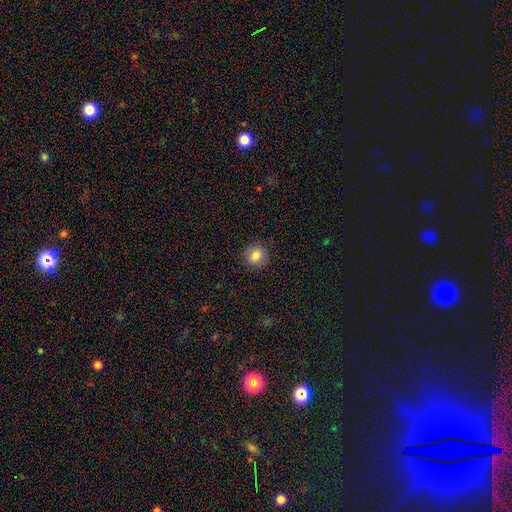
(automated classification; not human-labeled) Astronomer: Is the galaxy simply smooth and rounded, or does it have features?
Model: smooth — 83%.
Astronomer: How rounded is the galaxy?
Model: round — 92%.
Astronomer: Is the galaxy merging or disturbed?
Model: none — 91%.